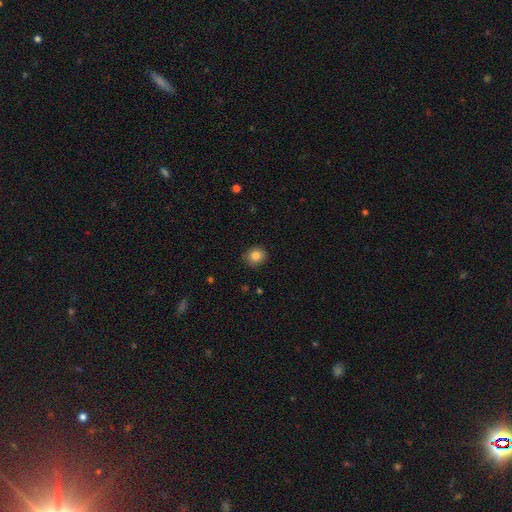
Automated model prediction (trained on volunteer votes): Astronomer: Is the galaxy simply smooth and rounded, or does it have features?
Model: smooth — 85%.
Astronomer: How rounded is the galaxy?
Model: round — 82%.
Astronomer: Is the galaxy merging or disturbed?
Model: none — 87%.